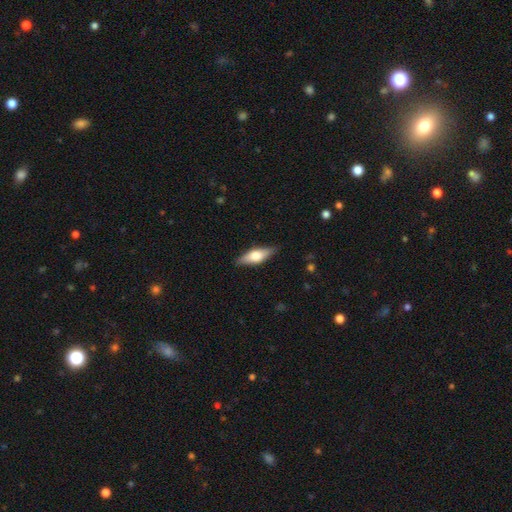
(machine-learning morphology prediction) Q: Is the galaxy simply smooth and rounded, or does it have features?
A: smooth — 51%.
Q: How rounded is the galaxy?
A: in between — 61%.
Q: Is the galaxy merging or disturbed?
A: none — 86%.